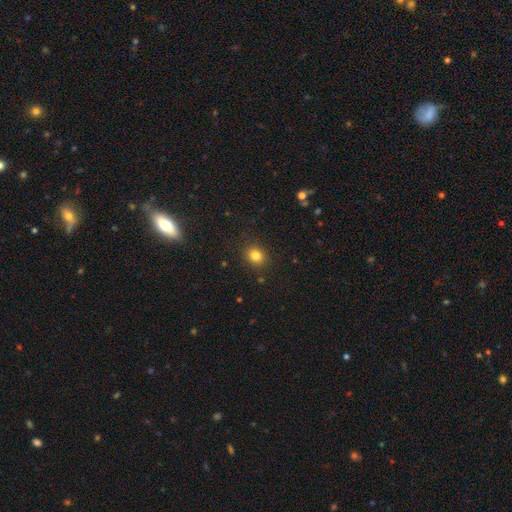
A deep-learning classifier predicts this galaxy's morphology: Smooth or featured?
  - smooth: 82% *
  - star or artifact: 12%
  - featured or disk: 6%
How rounded?
  - round: 68% *
  - in between: 31%
  - cigar-shaped: 1%
Merging?
  - none: 88% *
  - minor disturbance: 8%
  - major disturbance: 3%
  - merger: 1%